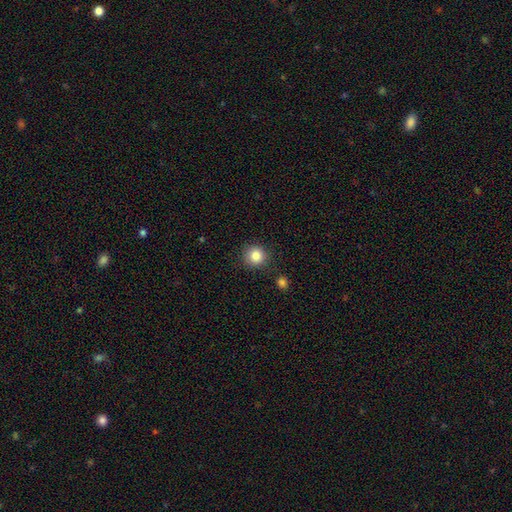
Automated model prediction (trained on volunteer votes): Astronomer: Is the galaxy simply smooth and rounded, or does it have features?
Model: smooth — 84%.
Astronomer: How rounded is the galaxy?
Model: round — 91%.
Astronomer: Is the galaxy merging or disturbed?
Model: none — 86%.